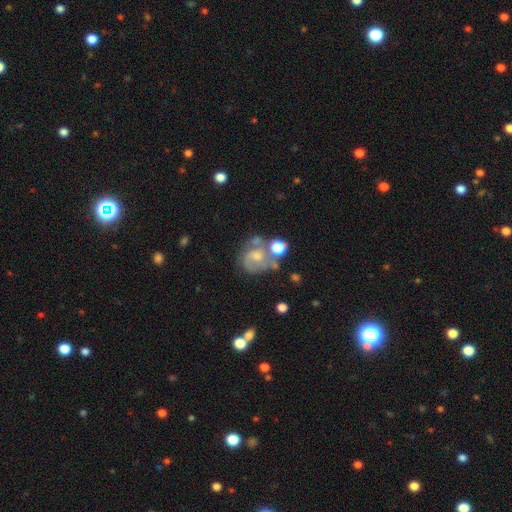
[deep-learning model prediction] Q: Smooth or featured?
A: featured or disk (59%); runner-up: smooth (28%)
Q: Edge-on disk?
A: no (97%); runner-up: yes (3%)
Q: Bar?
A: no (63%); runner-up: weak (30%)
Q: Spiral arms?
A: yes (78%); runner-up: no (22%)
Q: Bulge size?
A: moderate (43%); runner-up: small (42%)
Q: Merging?
A: none (47%); runner-up: minor disturbance (20%)